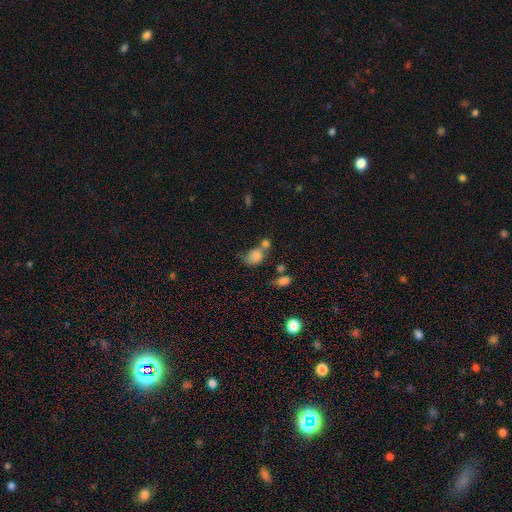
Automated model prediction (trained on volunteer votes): Smooth or featured? Predicted: smooth (p=0.78). How rounded? Predicted: in between (p=0.59). Merging? Predicted: merger (p=0.41).